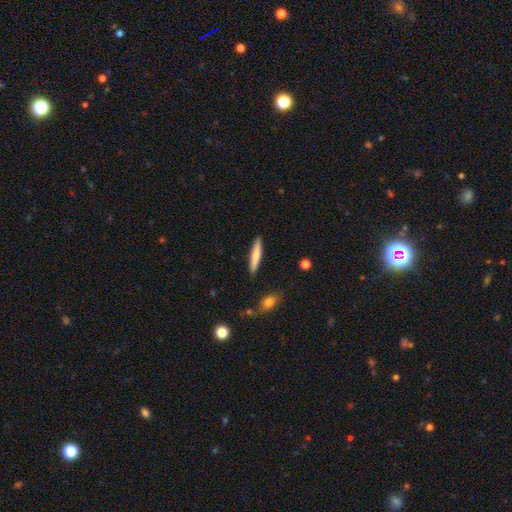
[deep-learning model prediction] Smooth or featured? Predicted: smooth (p=0.75). How rounded? Predicted: cigar-shaped (p=0.91). Merging? Predicted: none (p=0.90).